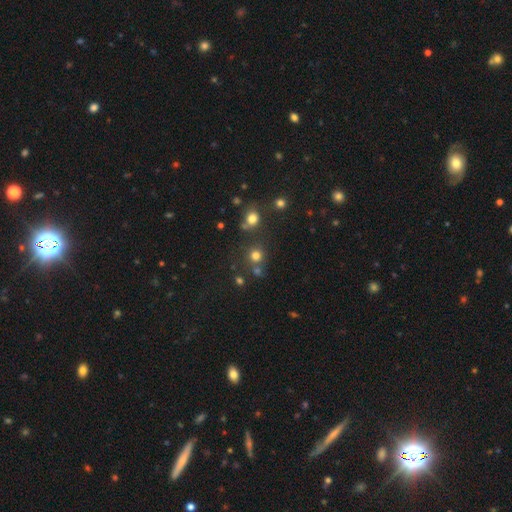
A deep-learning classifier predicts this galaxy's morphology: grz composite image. It shows a smooth galaxy with no disk features (73%) that is round (90%). Merging: none (71%).